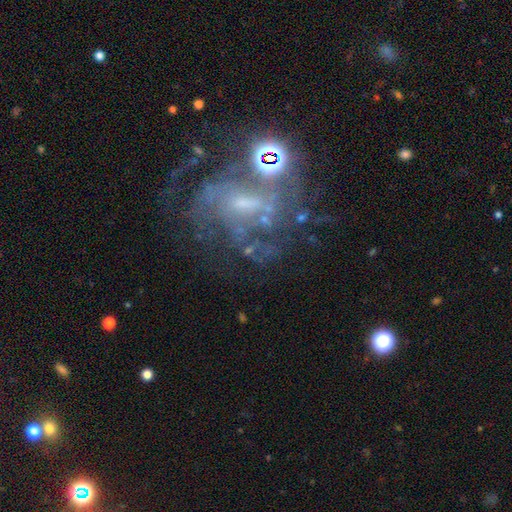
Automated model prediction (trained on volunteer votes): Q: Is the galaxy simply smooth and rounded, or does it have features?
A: featured or disk — 71%.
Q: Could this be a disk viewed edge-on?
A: no — 97%.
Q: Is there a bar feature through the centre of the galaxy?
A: no — 46%.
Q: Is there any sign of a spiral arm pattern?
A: yes — 77%.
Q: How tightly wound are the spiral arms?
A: medium — 42%.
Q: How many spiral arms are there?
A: can't tell — 46%.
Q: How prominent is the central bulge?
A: small — 55%.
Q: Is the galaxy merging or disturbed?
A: none — 51%.